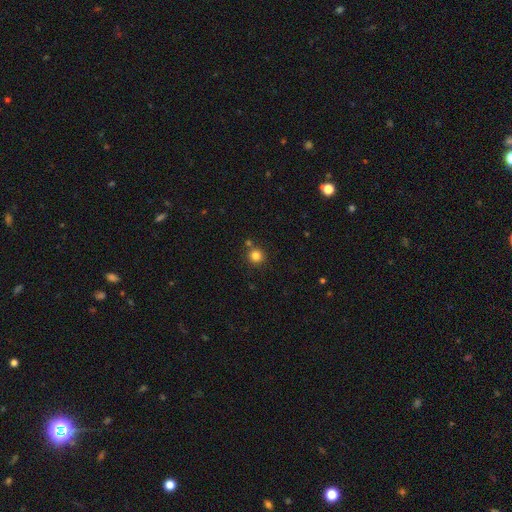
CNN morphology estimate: The model was most divided on "smooth or featured": smooth: 82%, star or artifact: 13%, featured or disk: 5%. More confident: how rounded — round (93%); merging — none (80%).